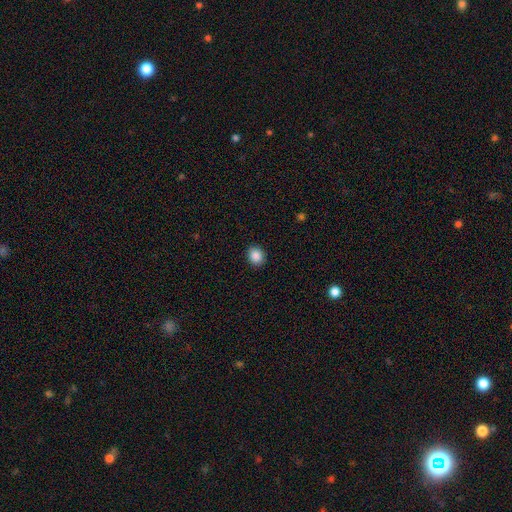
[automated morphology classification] Smooth or featured?
  - smooth: 88% *
  - star or artifact: 9%
  - featured or disk: 3%
How rounded?
  - round: 68% *
  - in between: 31%
  - cigar-shaped: 1%
Merging?
  - none: 90% *
  - minor disturbance: 7%
  - major disturbance: 2%
  - merger: 1%